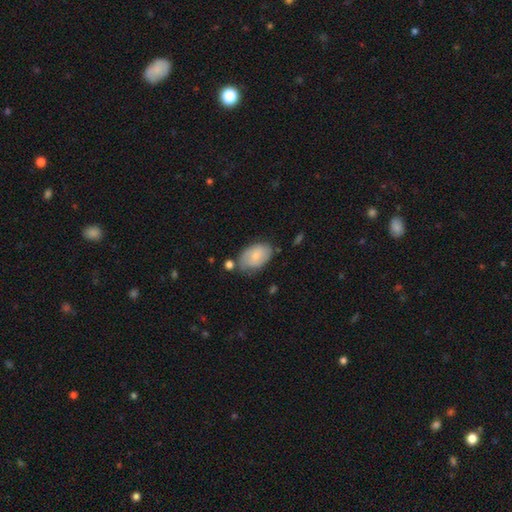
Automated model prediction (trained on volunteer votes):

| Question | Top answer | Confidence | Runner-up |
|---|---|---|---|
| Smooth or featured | smooth | 72% | featured or disk (22%) |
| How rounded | in between | 90% | round (9%) |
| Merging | none | 63% | minor disturbance (25%) |